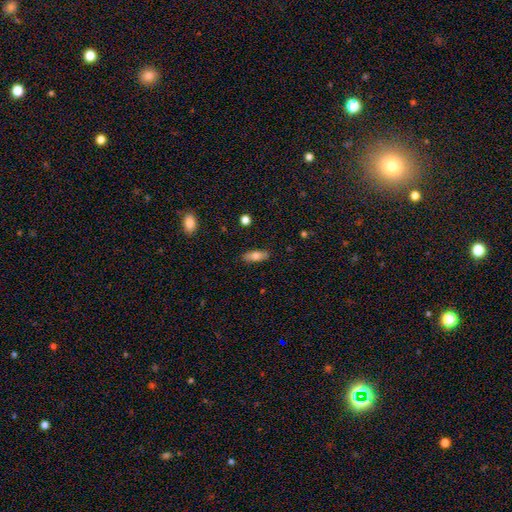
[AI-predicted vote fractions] smooth_or_featured: smooth (p=0.75) [alt: featured or disk p=0.18]
how_rounded: in between (p=0.67) [alt: cigar-shaped p=0.31]
merging: none (p=0.87) [alt: minor disturbance p=0.09]